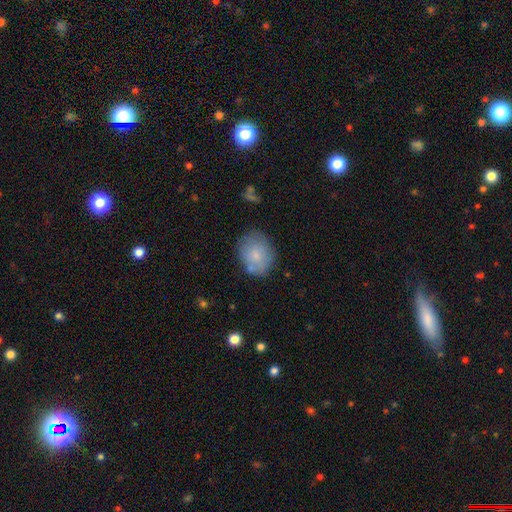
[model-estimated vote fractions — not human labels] This appears to be a smooth galaxy with no disk features (76%) that is in between round and cigar-shaped (57%). Merging: none (67%).